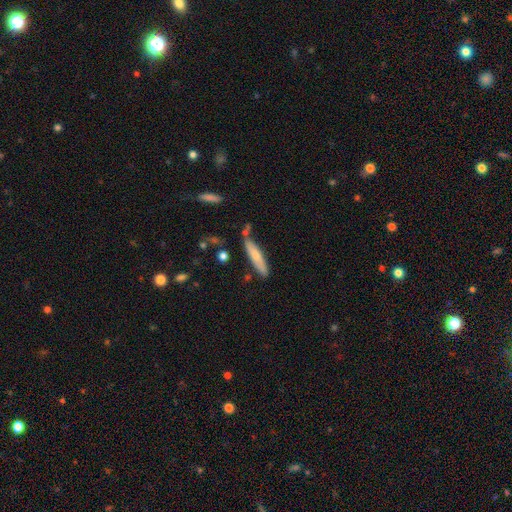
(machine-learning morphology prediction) smooth-or-featured: smooth: 68% | featured or disk: 26% | star or artifact: 6%
  how-rounded: cigar-shaped: 85% | in between: 13% | round: 1%
  merging: none: 74% | minor disturbance: 16% | merger: 6% | major disturbance: 3%